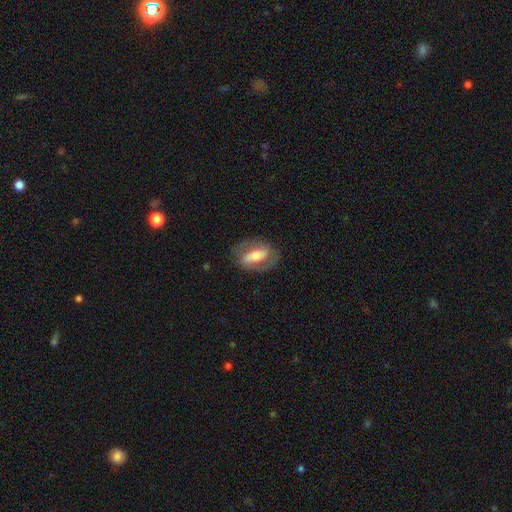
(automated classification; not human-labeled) A featured or disk galaxy (61%) with a strong bar (55%), spiral arms (58%) and a moderate central bulge (59%). Merging: none (76%).